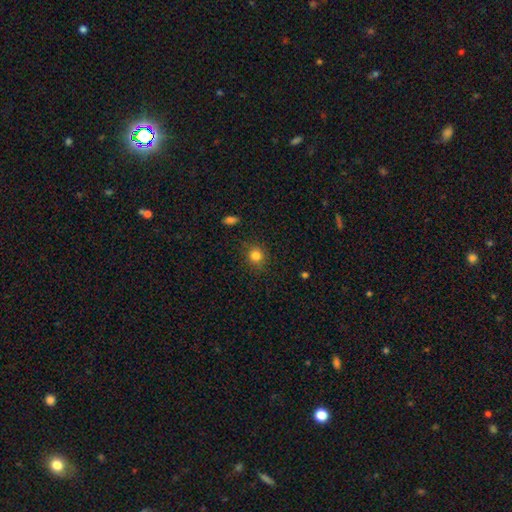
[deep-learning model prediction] Smooth or featured: smooth — 83% (star or artifact — 12%)
How rounded: round — 86% (in between — 13%)
Merging: none — 87% (minor disturbance — 9%)